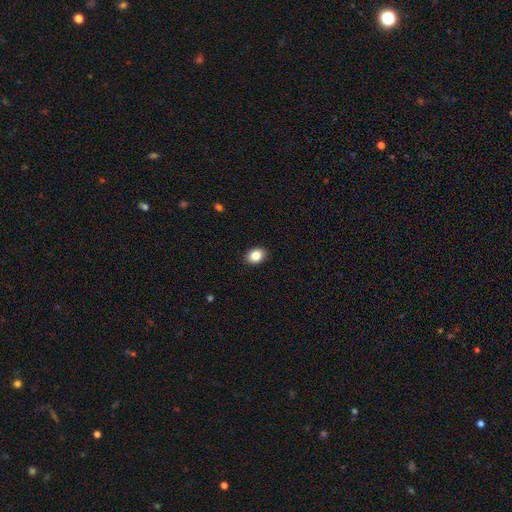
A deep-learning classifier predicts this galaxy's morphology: Smooth or featured?
  - smooth: 85% *
  - star or artifact: 9%
  - featured or disk: 6%
How rounded?
  - in between: 62% *
  - round: 37%
  - cigar-shaped: 1%
Merging?
  - none: 90% *
  - minor disturbance: 7%
  - major disturbance: 2%
  - merger: 1%